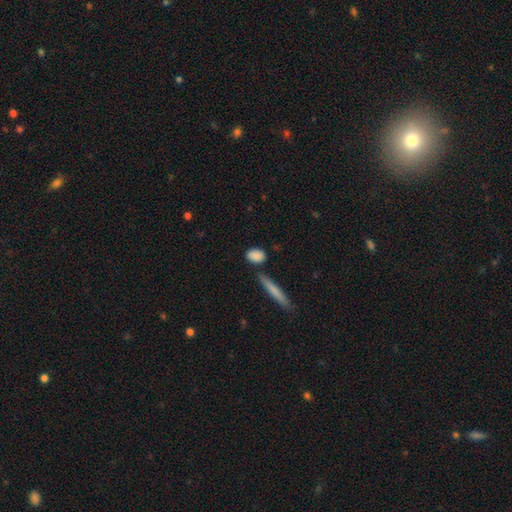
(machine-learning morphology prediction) Smooth or featured?
  - smooth: 86% *
  - featured or disk: 7%
  - star or artifact: 7%
How rounded?
  - in between: 69% *
  - round: 19%
  - cigar-shaped: 12%
Merging?
  - none: 75% *
  - minor disturbance: 14%
  - merger: 8%
  - major disturbance: 4%